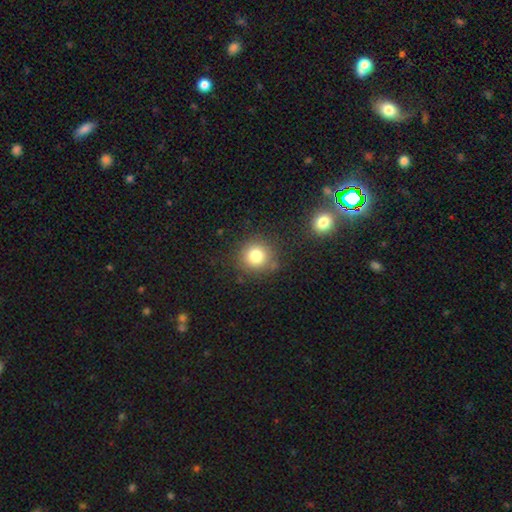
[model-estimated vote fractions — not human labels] smooth_or_featured: smooth (p=0.80) [alt: star or artifact p=0.12]
how_rounded: round (p=0.92) [alt: in between p=0.08]
merging: none (p=0.82) [alt: minor disturbance p=0.10]